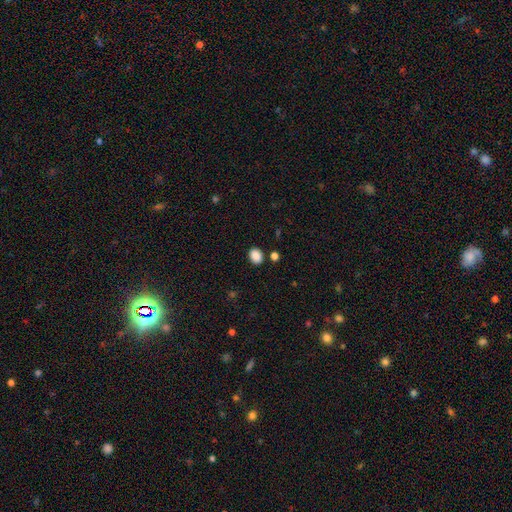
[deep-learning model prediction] The model was most divided on "how rounded": in between: 60%, round: 39%, cigar-shaped: 1%. More confident: smooth or featured — smooth (88%); merging — none (84%).